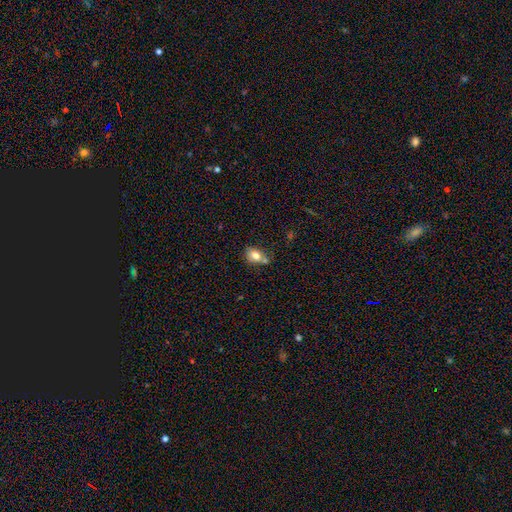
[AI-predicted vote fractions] Smooth or featured: smooth — 76% (featured or disk — 14%)
How rounded: in between — 64% (round — 34%)
Merging: none — 49% (merger — 25%)